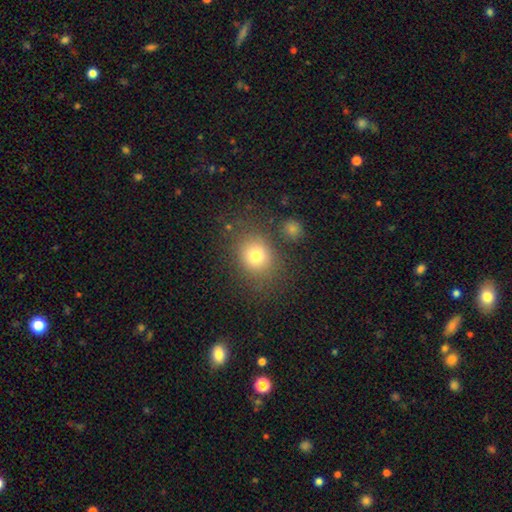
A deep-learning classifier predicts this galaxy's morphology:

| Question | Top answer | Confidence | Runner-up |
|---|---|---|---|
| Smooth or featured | smooth | 75% | star or artifact (14%) |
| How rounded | round | 65% | in between (34%) |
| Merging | none | 75% | minor disturbance (13%) |